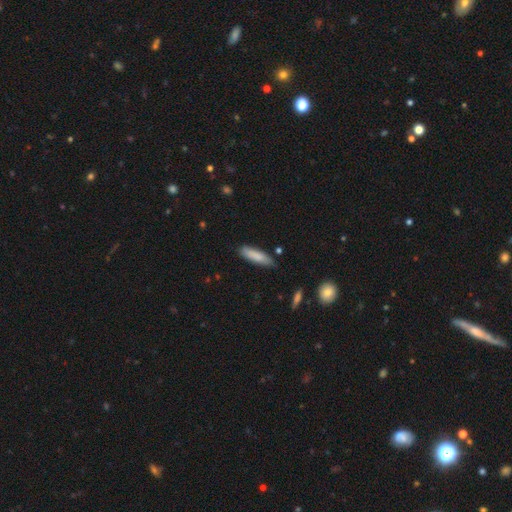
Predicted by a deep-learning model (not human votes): This is clearly a smooth galaxy (83%). How rounded: likely cigar-shaped (69%). Merging: clearly none (80%).